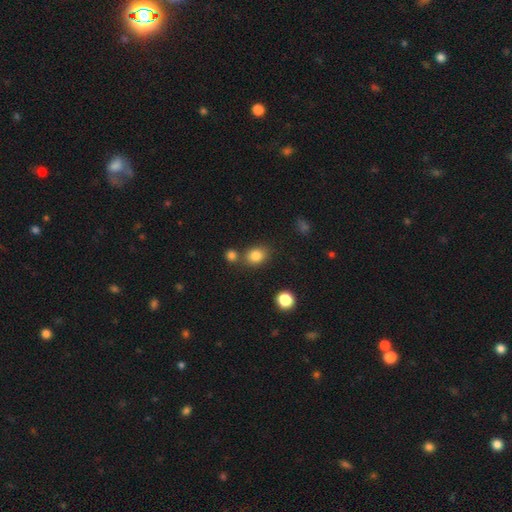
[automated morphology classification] type=smooth (83%); roundness=round (57%); merging=none (69%).